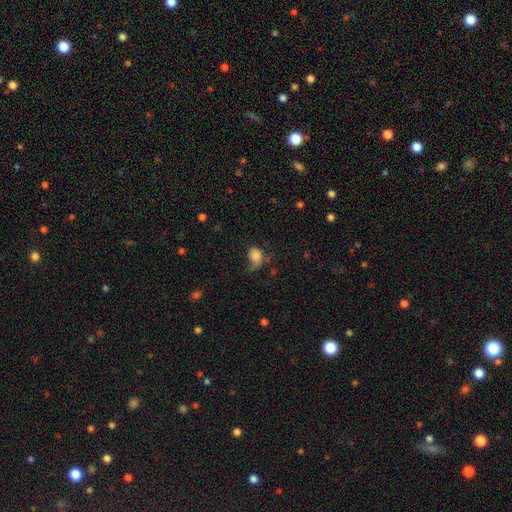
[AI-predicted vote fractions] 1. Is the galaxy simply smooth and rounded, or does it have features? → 75% smooth, 15% featured or disk, 10% star or artifact.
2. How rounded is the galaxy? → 51% round, 48% in between, 1% cigar-shaped.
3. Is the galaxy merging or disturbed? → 37% major disturbance, 30% minor disturbance, 29% none, 4% merger.